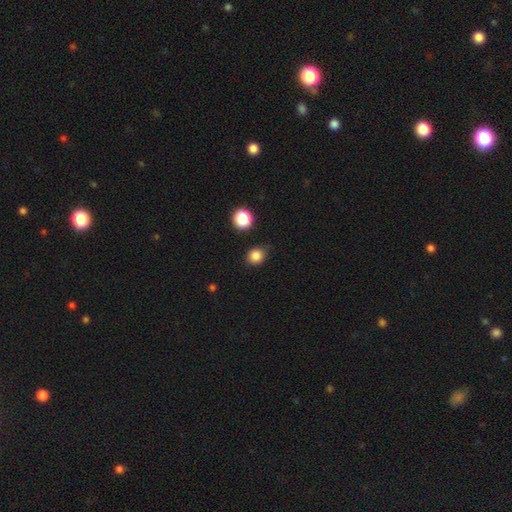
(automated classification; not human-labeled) smooth_or_featured: smooth (p=0.84) [alt: star or artifact p=0.12]
how_rounded: round (p=0.79) [alt: in between p=0.20]
merging: none (p=0.82) [alt: minor disturbance p=0.13]